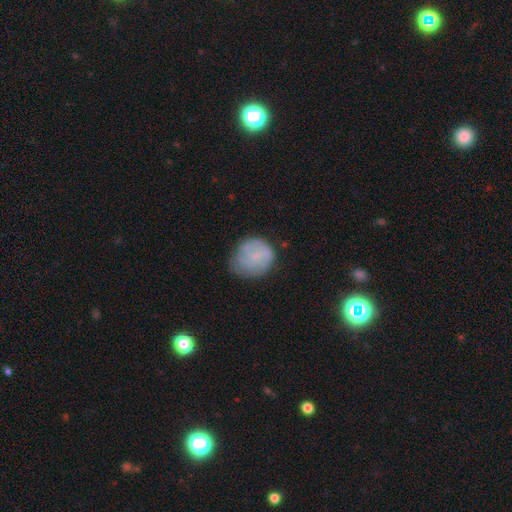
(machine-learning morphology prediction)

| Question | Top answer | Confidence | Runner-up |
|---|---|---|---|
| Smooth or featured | smooth | 64% | featured or disk (27%) |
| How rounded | round | 73% | in between (26%) |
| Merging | none | 57% | minor disturbance (29%) |